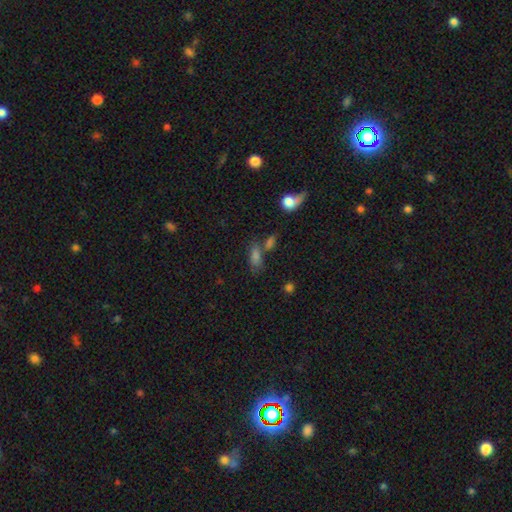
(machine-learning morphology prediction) Smooth or featured? smooth (72%)
How rounded? in between (77%)
Merging? none (48%)